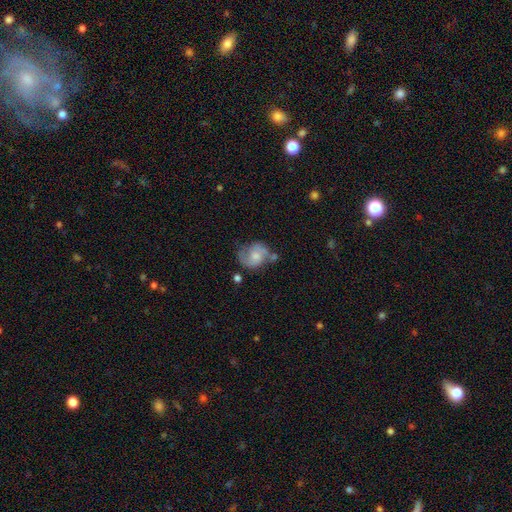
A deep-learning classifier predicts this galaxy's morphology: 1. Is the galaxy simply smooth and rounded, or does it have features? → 66% featured or disk, 27% smooth, 7% star or artifact.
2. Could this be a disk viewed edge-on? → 98% no, 2% yes.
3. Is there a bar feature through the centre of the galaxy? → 60% no, 34% weak, 6% strong.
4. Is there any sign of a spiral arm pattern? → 89% yes, 11% no.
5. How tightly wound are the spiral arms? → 50% medium, 30% loose, 20% tight.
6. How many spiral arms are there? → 86% 2, 7% can't tell, 4% 1, 2% 3, 1% 4, 1% more than 4.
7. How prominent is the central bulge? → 43% moderate, 39% small, 10% none, 6% large, 1% dominant.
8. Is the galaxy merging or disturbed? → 52% none, 25% minor disturbance, 12% major disturbance, 11% merger.